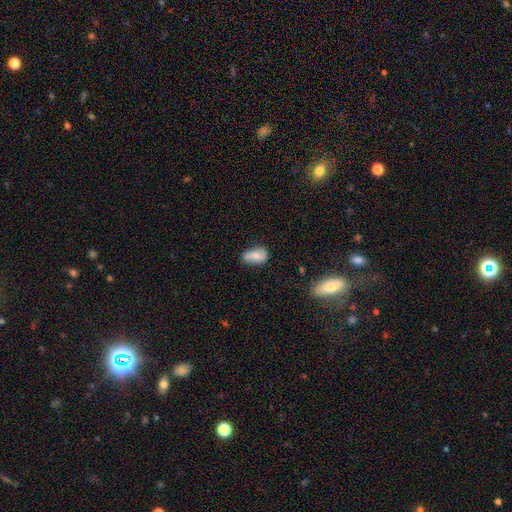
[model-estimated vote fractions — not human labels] smooth_or_featured: smooth (p=0.63) [alt: featured or disk p=0.29]
how_rounded: in between (p=0.88) [alt: round p=0.08]
merging: none (p=0.62) [alt: minor disturbance p=0.28]